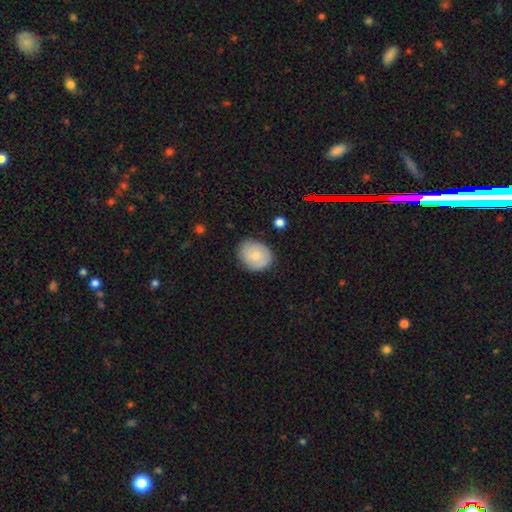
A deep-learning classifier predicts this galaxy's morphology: A smooth galaxy with no disk features (67%) that is round (60%). Merging: none (79%).